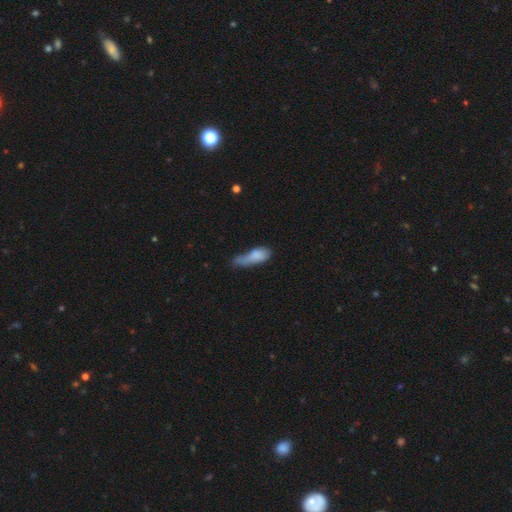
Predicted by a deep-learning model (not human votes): Smooth or featured?
  - smooth: 76% *
  - featured or disk: 16%
  - star or artifact: 8%
How rounded?
  - in between: 64% *
  - cigar-shaped: 31%
  - round: 4%
Merging?
  - minor disturbance: 33% *
  - major disturbance: 30%
  - none: 23%
  - merger: 14%